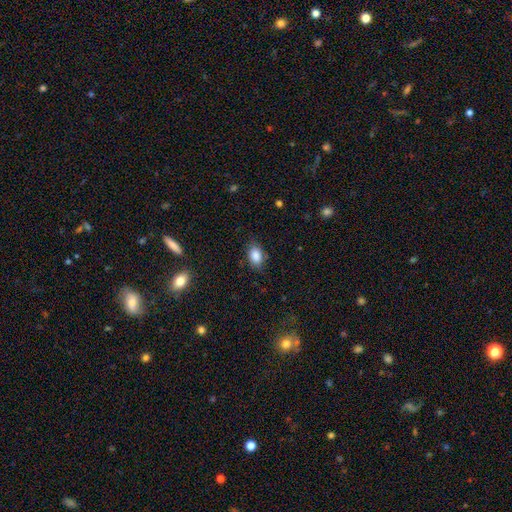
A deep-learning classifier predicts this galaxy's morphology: The model was most divided on "merging": none: 79%, minor disturbance: 16%, major disturbance: 4%, merger: 1%. More confident: smooth or featured — smooth (87%); how rounded — in between (85%).